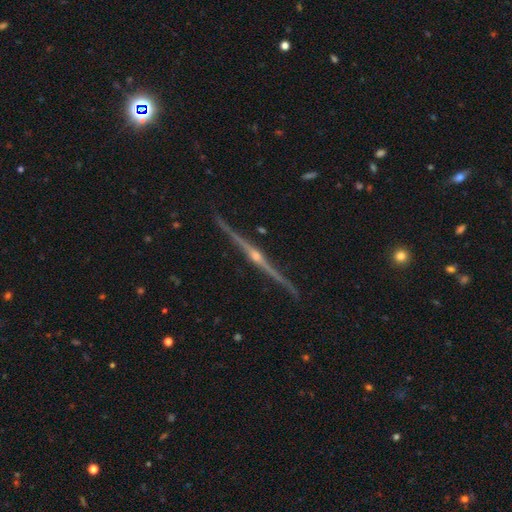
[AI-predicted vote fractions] A featured or disk galaxy (91%) viewed edge-on (99%) with a rounded central bulge (93%).

Vote fractions:
- Smooth or featured? featured or disk: 91% / star or artifact: 5% / smooth: 4%
- Edge-on disk? yes: 99% / no: 1%
- Edge-on bulge? rounded: 93% / none: 4% / boxy: 3%
- Merging? none: 90% / minor disturbance: 8% / major disturbance: 2% / merger: 1%